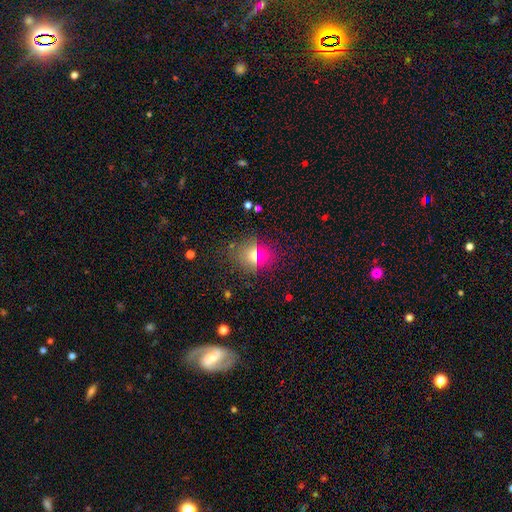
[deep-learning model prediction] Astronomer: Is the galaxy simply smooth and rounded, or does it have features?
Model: smooth — 62%.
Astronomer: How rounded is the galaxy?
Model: round — 62%.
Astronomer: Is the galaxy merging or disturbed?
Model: none — 80%.